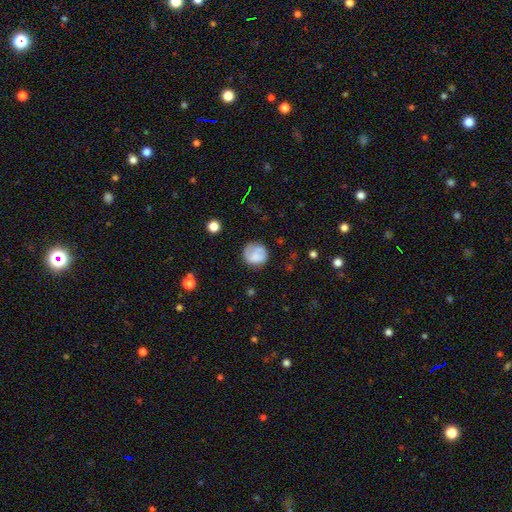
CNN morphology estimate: smooth_or_featured: smooth (p=0.70) [alt: featured or disk p=0.22]
how_rounded: round (p=0.86) [alt: in between p=0.13]
merging: none (p=0.67) [alt: minor disturbance p=0.22]